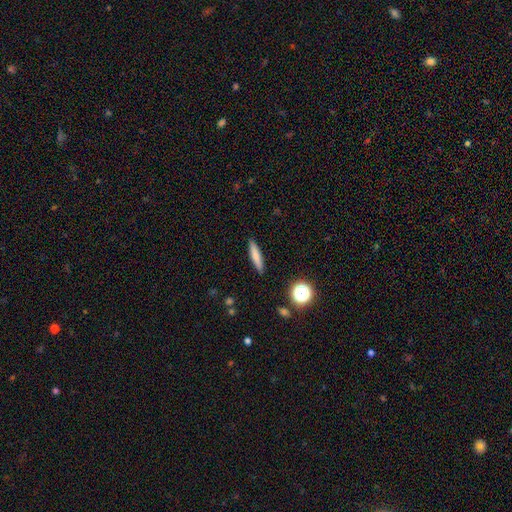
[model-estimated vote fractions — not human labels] This appears to be a smooth galaxy with no disk features (74%) that is cigar-shaped (83%). Merging: none (89%).